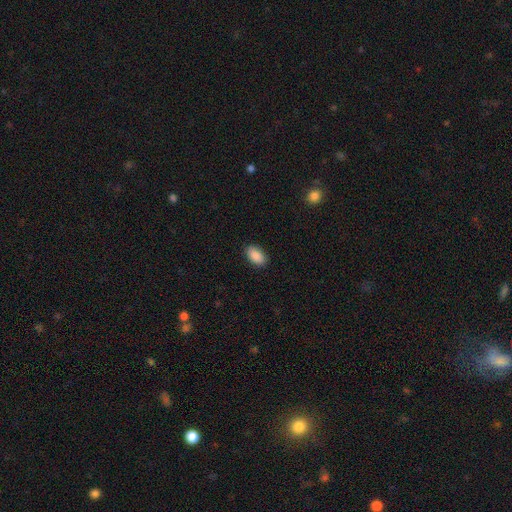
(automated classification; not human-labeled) Smooth or featured: smooth — 90% (star or artifact — 7%)
How rounded: in between — 93% (round — 5%)
Merging: none — 88% (minor disturbance — 9%)